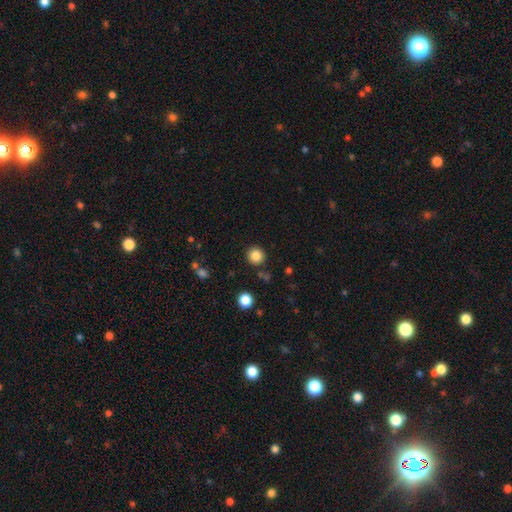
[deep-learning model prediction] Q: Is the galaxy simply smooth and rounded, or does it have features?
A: smooth — 85%.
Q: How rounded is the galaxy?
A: round — 94%.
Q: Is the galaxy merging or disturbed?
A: none — 89%.